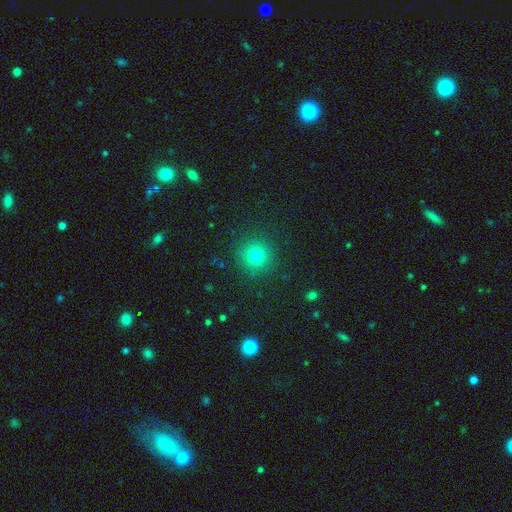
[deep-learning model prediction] smooth-or-featured: smooth: 78% | star or artifact: 16% | featured or disk: 7%
  how-rounded: round: 94% | in between: 5% | cigar-shaped: 1%
  merging: none: 90% | minor disturbance: 6% | major disturbance: 3% | merger: 1%